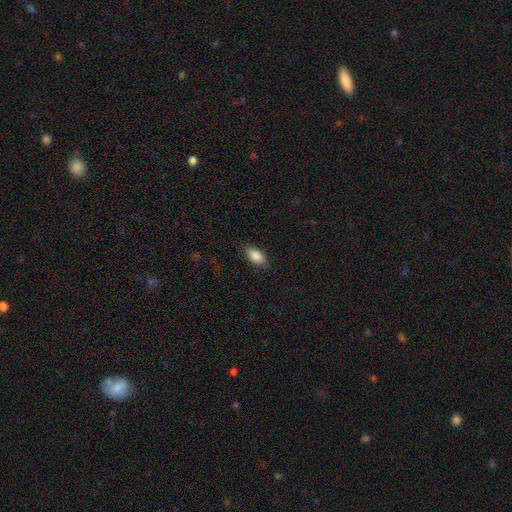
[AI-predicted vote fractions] Morphology: type=smooth (86%); roundness=in between (90%); merging=none (87%).